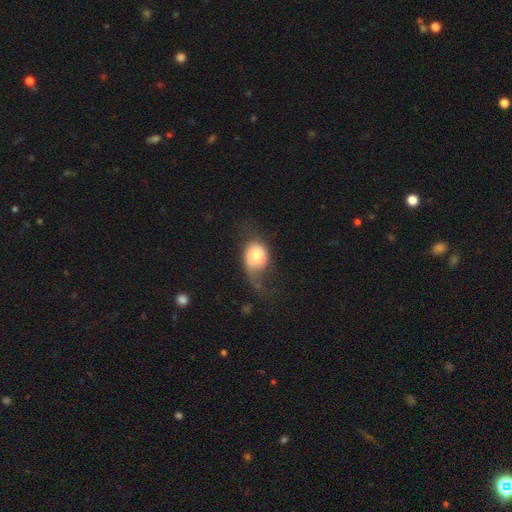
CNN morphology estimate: smooth_or_featured: smooth (p=0.59) [alt: featured or disk p=0.34]
how_rounded: round (p=0.51) [alt: in between p=0.48]
merging: major disturbance (p=0.44) [alt: none p=0.28]